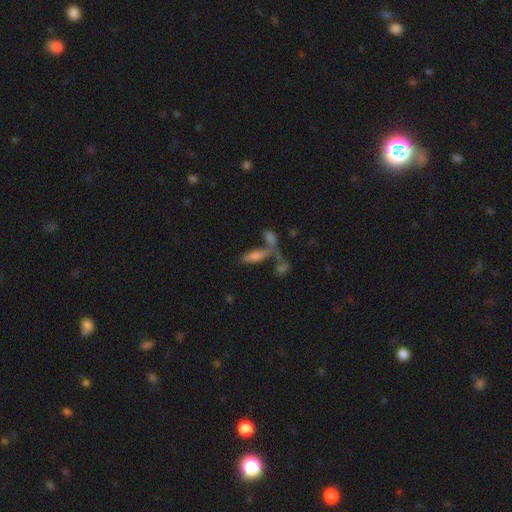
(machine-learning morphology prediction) The model was most divided on "merging": merger: 45%, none: 38%, minor disturbance: 10%, major disturbance: 7%. More confident: smooth or featured — smooth (58%); how rounded — in between (55%).